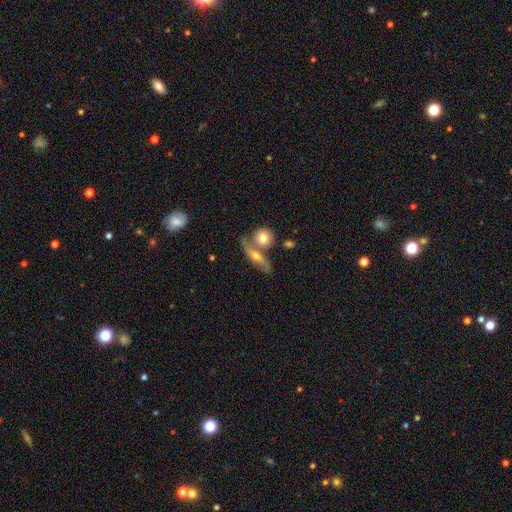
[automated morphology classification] This appears to be a featured or disk galaxy (49%). Merging: merger (41%).